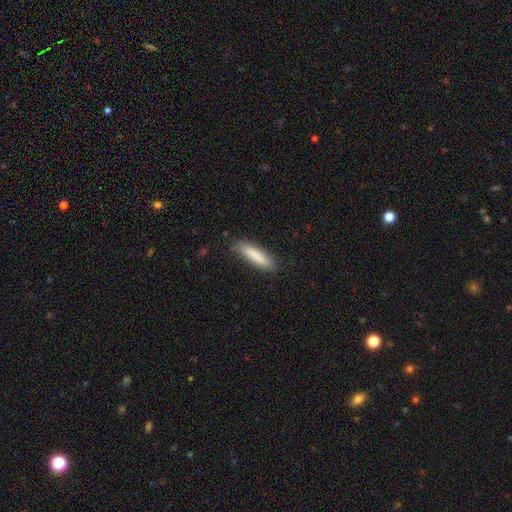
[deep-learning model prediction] Smooth or featured? Predicted: smooth (p=0.85). How rounded? Predicted: cigar-shaped (p=0.73). Merging? Predicted: none (p=0.82).